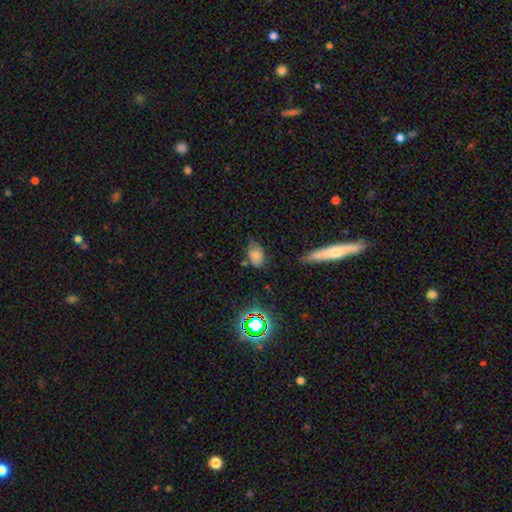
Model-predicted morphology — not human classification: Smooth or featured? smooth (72%)
How rounded? in between (86%)
Merging? none (55%)